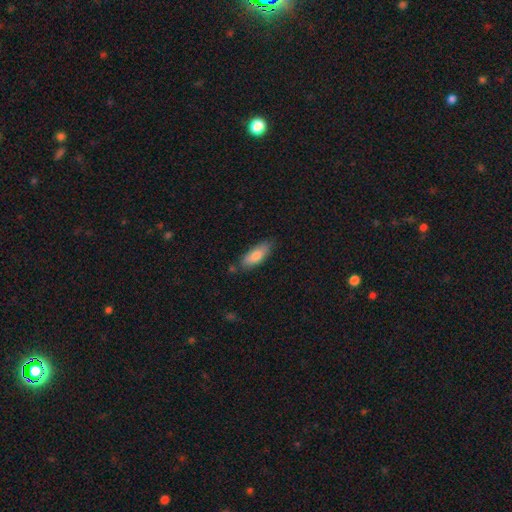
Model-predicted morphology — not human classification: Smooth or featured?
  - smooth: 81% *
  - featured or disk: 13%
  - star or artifact: 6%
How rounded?
  - in between: 68% *
  - cigar-shaped: 30%
  - round: 2%
Merging?
  - none: 76% *
  - minor disturbance: 17%
  - merger: 4%
  - major disturbance: 3%